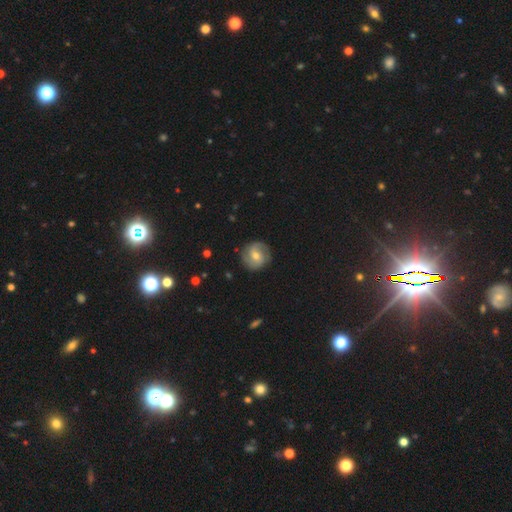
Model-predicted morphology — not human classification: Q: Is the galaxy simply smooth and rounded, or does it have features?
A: featured or disk — 62%.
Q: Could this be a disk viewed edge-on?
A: no — 97%.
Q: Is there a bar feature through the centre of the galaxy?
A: weak — 46%.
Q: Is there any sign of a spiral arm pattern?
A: yes — 86%.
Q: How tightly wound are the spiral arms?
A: medium — 43%.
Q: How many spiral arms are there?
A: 2 — 78%.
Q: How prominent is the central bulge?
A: moderate — 58%.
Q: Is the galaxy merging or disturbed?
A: none — 84%.